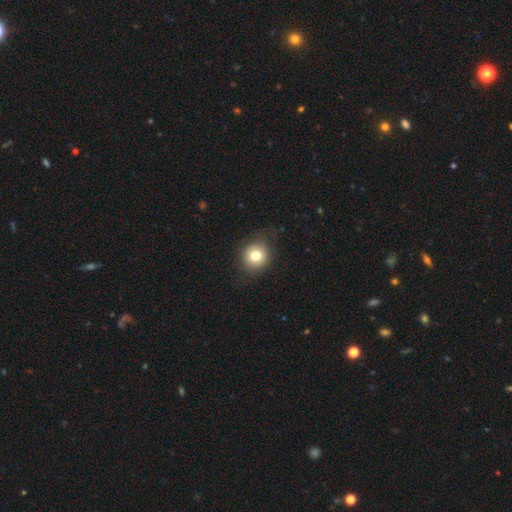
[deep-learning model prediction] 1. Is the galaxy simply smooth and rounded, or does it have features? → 79% smooth, 11% star or artifact, 10% featured or disk.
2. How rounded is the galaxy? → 85% round, 14% in between, 1% cigar-shaped.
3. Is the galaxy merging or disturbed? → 81% none, 14% minor disturbance, 4% major disturbance, 1% merger.